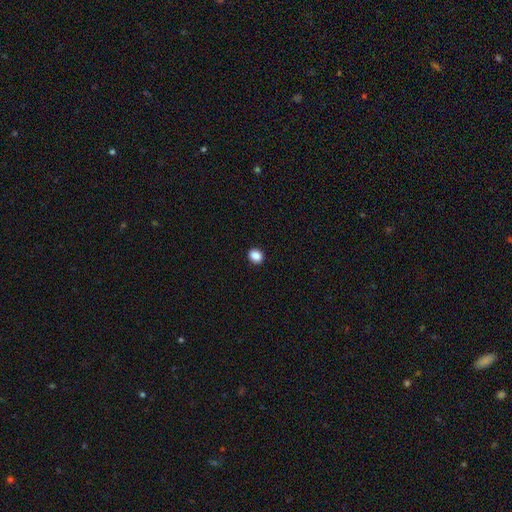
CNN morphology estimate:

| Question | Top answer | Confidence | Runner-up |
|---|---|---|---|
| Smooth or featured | smooth | 88% | star or artifact (9%) |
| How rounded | round | 57% | in between (42%) |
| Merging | none | 91% | minor disturbance (6%) |